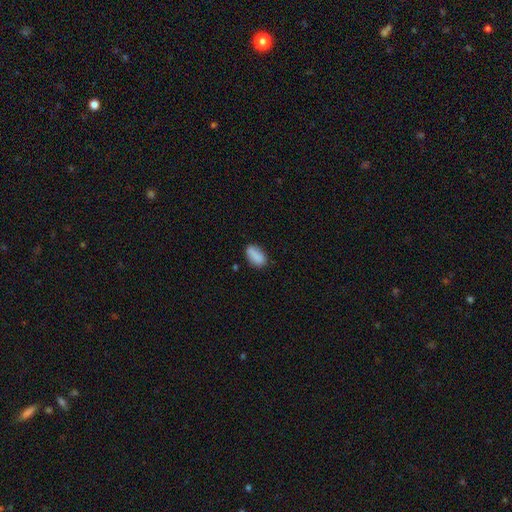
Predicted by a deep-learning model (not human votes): A smooth galaxy with no disk features (85%) that is in between round and cigar-shaped (88%).

Vote fractions:
- Smooth or featured? smooth: 85% / star or artifact: 8% / featured or disk: 7%
- How rounded? in between: 88% / cigar-shaped: 7% / round: 5%
- Merging? none: 74% / minor disturbance: 18% / major disturbance: 4% / merger: 3%